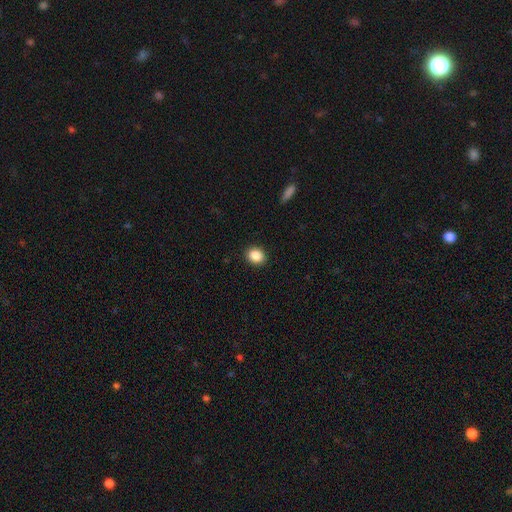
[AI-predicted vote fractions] The model was most divided on "how rounded": round: 62%, in between: 37%, cigar-shaped: 1%. More confident: merging — none (91%); smooth or featured — smooth (87%).